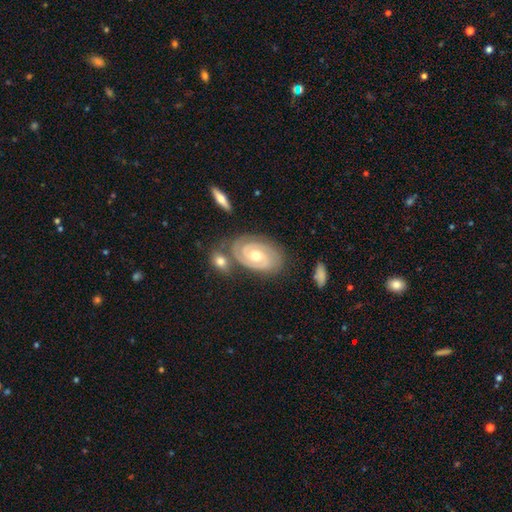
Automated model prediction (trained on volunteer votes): smooth-or-featured: featured or disk: 87% | smooth: 8% | star or artifact: 5%
  disk-edge-on: no: 96% | yes: 4%
    bar: no: 64% | weak: 27% | strong: 9%
    has-spiral-arms: yes: 97% | no: 3%
      spiral-winding: tight: 80% | medium: 17% | loose: 3%
      spiral-arm-count: 2: 75% | 3: 10% | can't tell: 9% | 1: 3% | 4: 2% | more than 4: 2%
    bulge-size: moderate: 70% | small: 25% | large: 4% | none: 1% | dominant: 1%
  merging: none: 71% | minor disturbance: 15% | merger: 9% | major disturbance: 5%